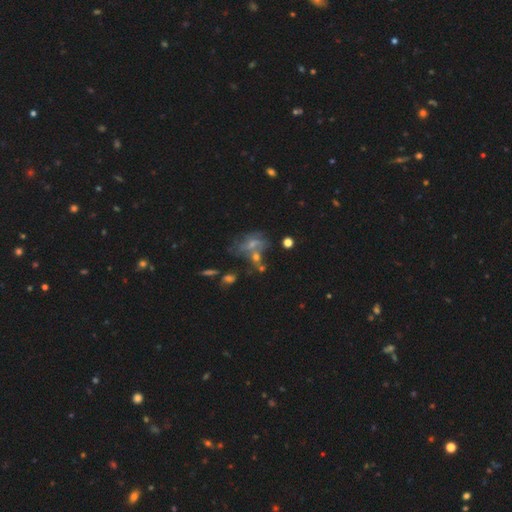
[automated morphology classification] Smooth or featured? Predicted: featured or disk (p=0.44). Merging? Predicted: none (p=0.43).